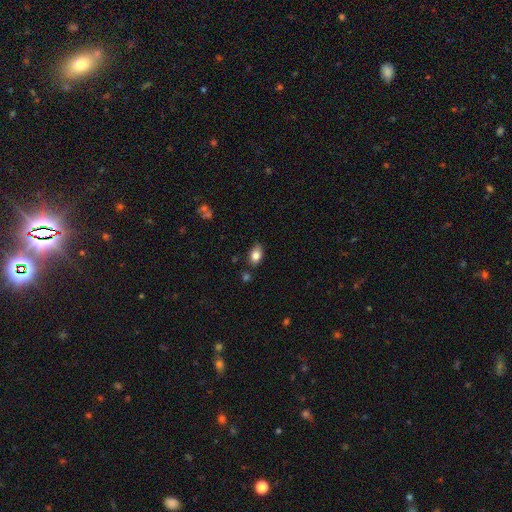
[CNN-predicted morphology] smooth 82%, featured or disk 9%, star or artifact 9%. Down the decision tree: how rounded — in between (84%); merging — none (77%).